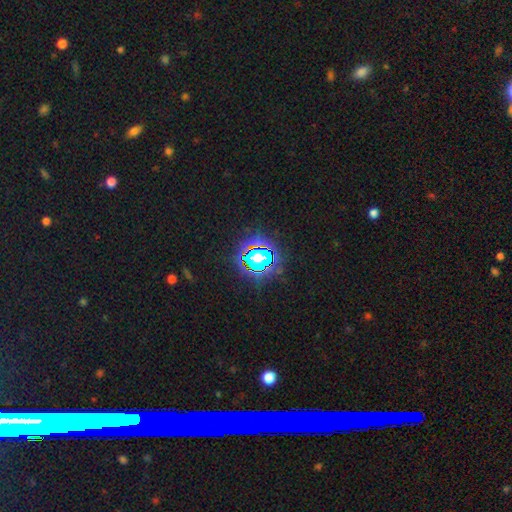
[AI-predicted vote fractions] Overall: star or artifact (66%).